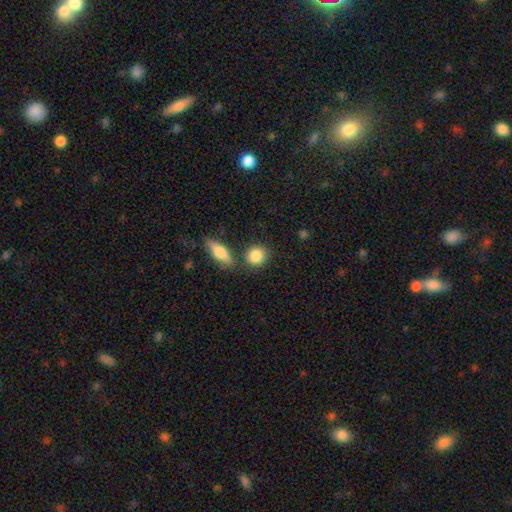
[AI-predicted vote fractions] smooth_or_featured: smooth (p=0.86) [alt: star or artifact p=0.07]
how_rounded: round (p=0.77) [alt: in between p=0.20]
merging: none (p=0.74) [alt: merger p=0.12]